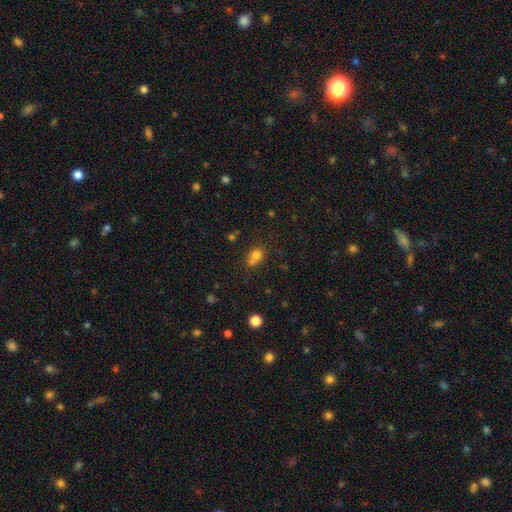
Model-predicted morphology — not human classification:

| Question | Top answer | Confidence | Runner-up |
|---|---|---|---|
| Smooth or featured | smooth | 73% | star or artifact (16%) |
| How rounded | round | 68% | in between (31%) |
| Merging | merger | 43% | none (42%) |